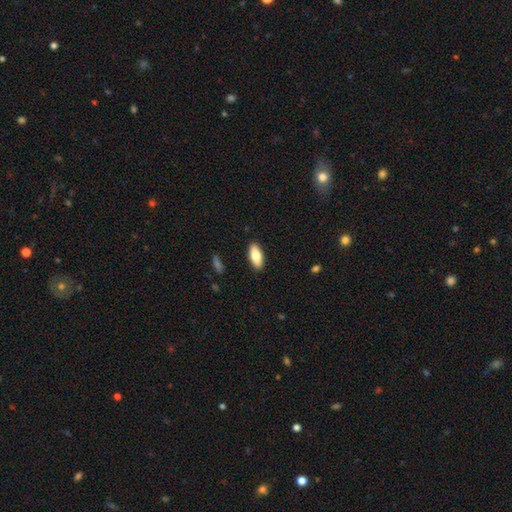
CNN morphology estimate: A smooth galaxy with no disk features (78%) that is in between round and cigar-shaped (82%). Merging: none (90%).